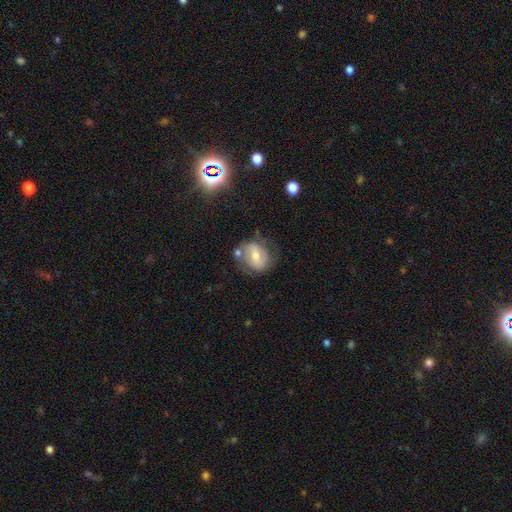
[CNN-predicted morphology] This is possibly a featured or disk galaxy (50%). Merging: possibly none (55%).